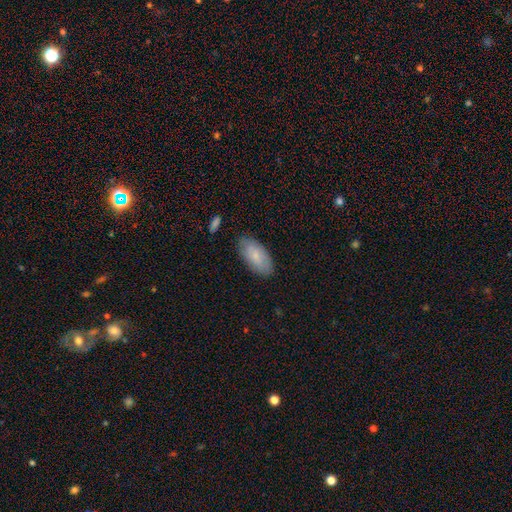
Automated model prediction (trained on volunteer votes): smooth-or-featured: smooth: 77% | featured or disk: 17% | star or artifact: 6%
  how-rounded: in between: 92% | cigar-shaped: 6% | round: 2%
  merging: none: 83% | minor disturbance: 13% | major disturbance: 3% | merger: 1%